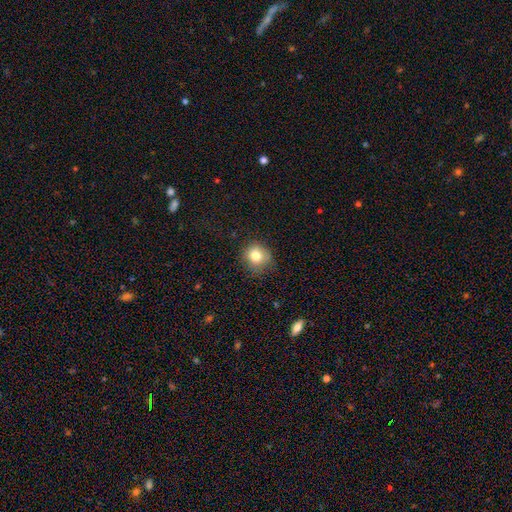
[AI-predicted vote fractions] The model was most divided on "merging": none: 74%, minor disturbance: 20%, major disturbance: 5%, merger: 1%. More confident: how rounded — round (86%); smooth or featured — smooth (80%).